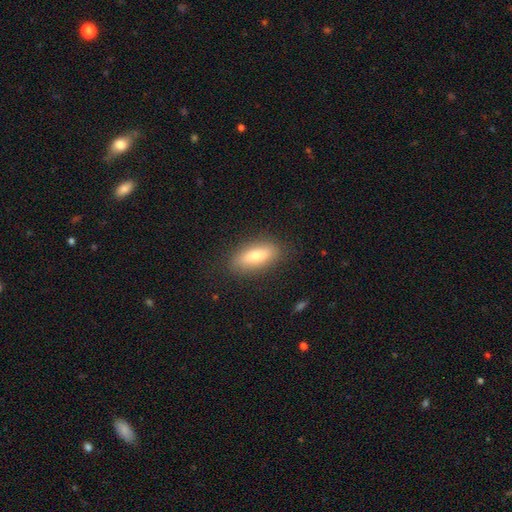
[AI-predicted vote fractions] This is likely a smooth galaxy (75%). How rounded: likely in between (70%). Merging: clearly none (85%).